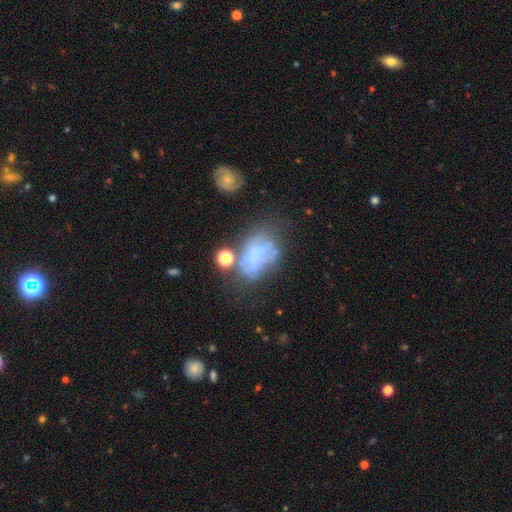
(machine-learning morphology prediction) smooth-or-featured: featured or disk: 46% | smooth: 37% | star or artifact: 18%
  merging: none: 33% | major disturbance: 29% | minor disturbance: 24% | merger: 14%